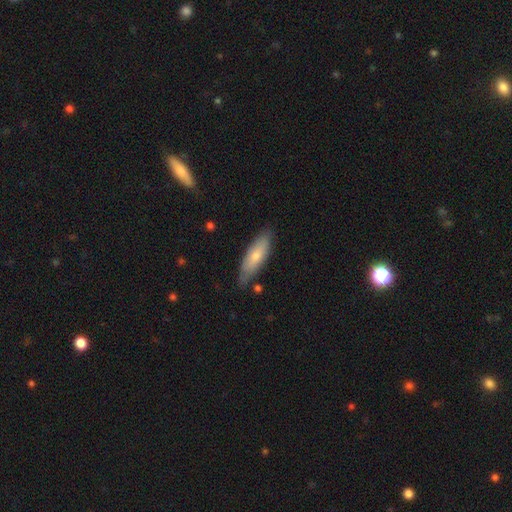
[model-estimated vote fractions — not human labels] Q: Smooth or featured?
A: smooth (69%); runner-up: featured or disk (25%)
Q: How rounded?
A: in between (54%); runner-up: cigar-shaped (44%)
Q: Merging?
A: none (75%); runner-up: minor disturbance (19%)